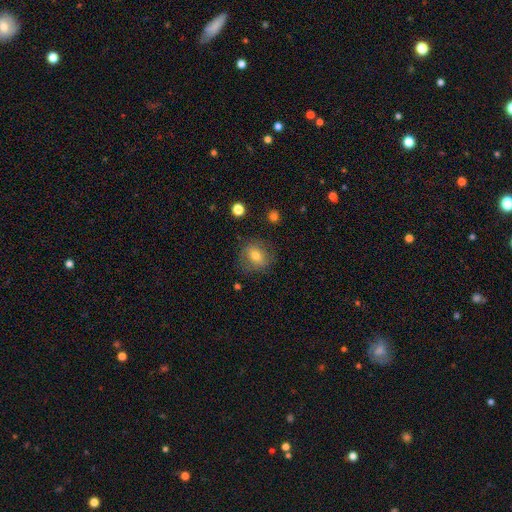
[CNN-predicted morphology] A smooth galaxy with no disk features (70%) that is round (76%).

Vote fractions:
- Smooth or featured? smooth: 70% / featured or disk: 20% / star or artifact: 10%
- How rounded? round: 76% / in between: 23% / cigar-shaped: 1%
- Merging? none: 78% / minor disturbance: 15% / major disturbance: 6% / merger: 1%